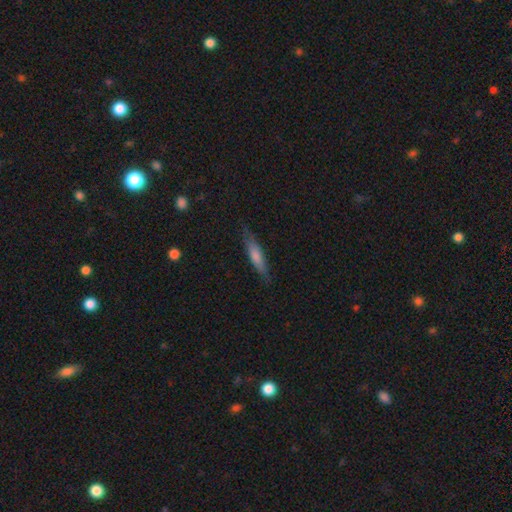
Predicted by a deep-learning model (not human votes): smooth 60%, featured or disk 33%, star or artifact 7%. Down the decision tree: how rounded — cigar-shaped (83%); merging — none (81%).